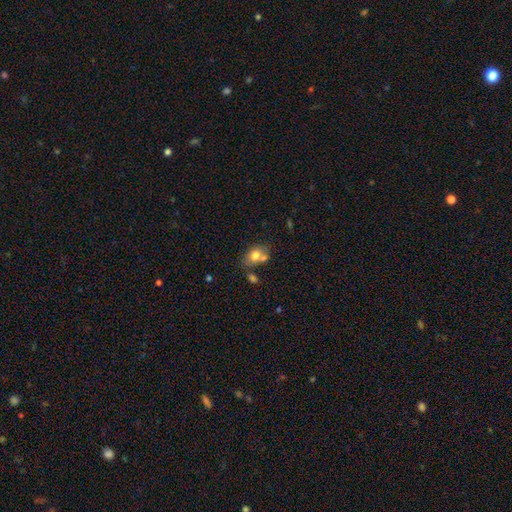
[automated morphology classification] This is likely a smooth galaxy (73%). How rounded: likely in between (70%). Merging: possibly none (47%).